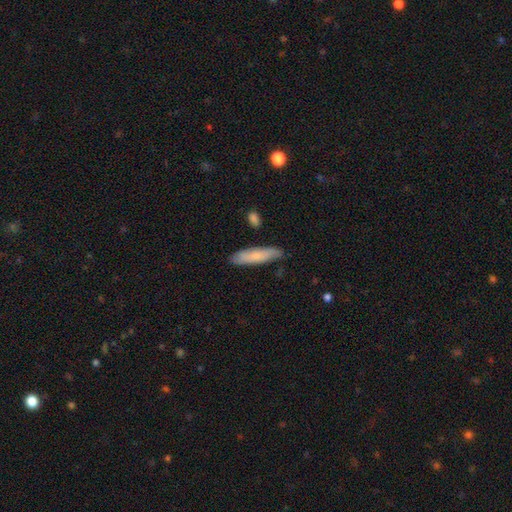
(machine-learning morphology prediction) smooth 73%, featured or disk 21%, star or artifact 6%. Down the decision tree: how rounded — cigar-shaped (77%); merging — none (83%).